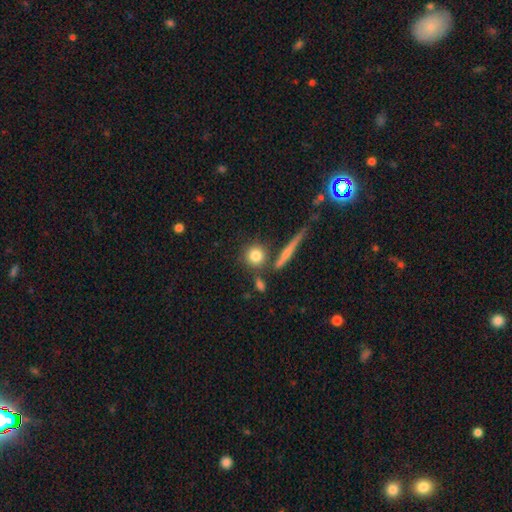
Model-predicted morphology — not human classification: Smooth or featured?
  - smooth: 79% *
  - featured or disk: 11%
  - star or artifact: 9%
How rounded?
  - round: 86% *
  - in between: 9%
  - cigar-shaped: 5%
Merging?
  - none: 74% *
  - merger: 13%
  - minor disturbance: 9%
  - major disturbance: 4%